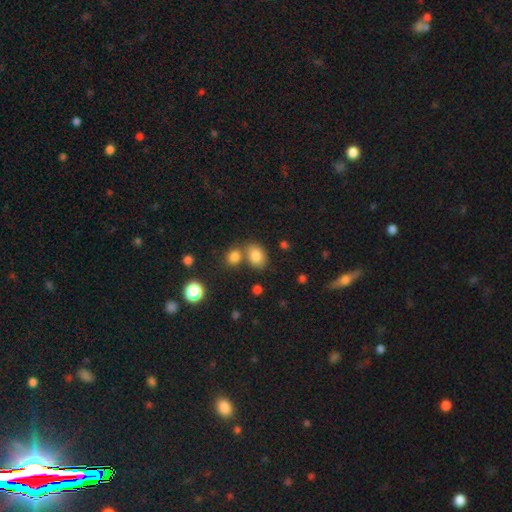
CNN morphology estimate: This appears to be a smooth galaxy with no disk features (82%) that is in between round and cigar-shaped (69%). Merging: none (58%).